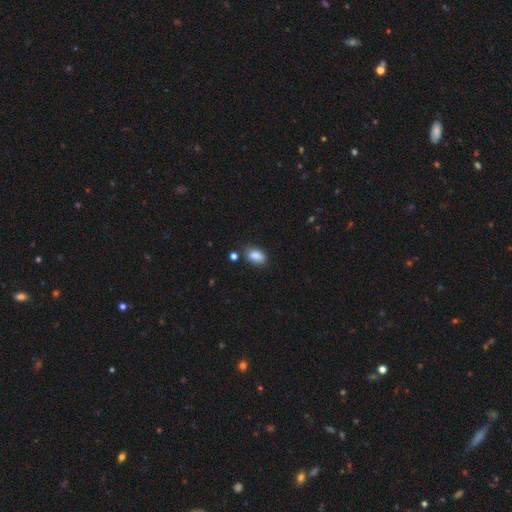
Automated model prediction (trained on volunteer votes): Smooth or featured? smooth (86%)
How rounded? in between (89%)
Merging? none (73%)